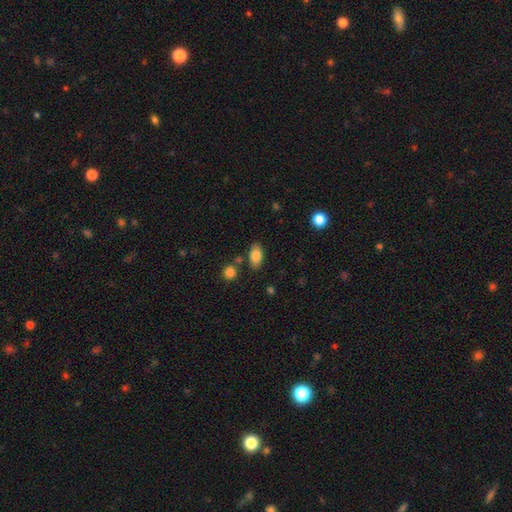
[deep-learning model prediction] Q: Smooth or featured?
A: smooth (83%); runner-up: featured or disk (9%)
Q: How rounded?
A: in between (90%); runner-up: round (6%)
Q: Merging?
A: none (80%); runner-up: minor disturbance (11%)